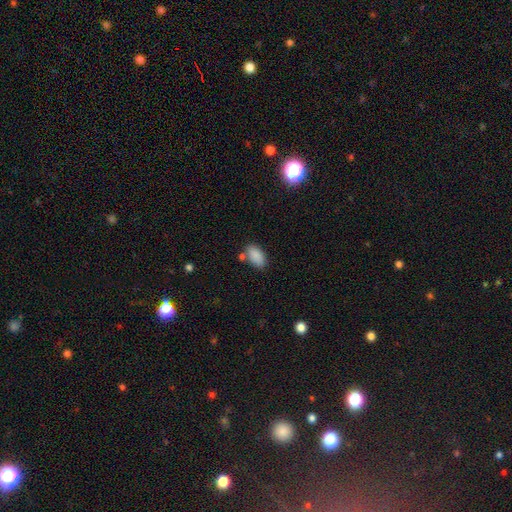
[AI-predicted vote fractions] smooth 88%, star or artifact 8%, featured or disk 4%. Down the decision tree: how rounded — in between (93%); merging — none (72%).